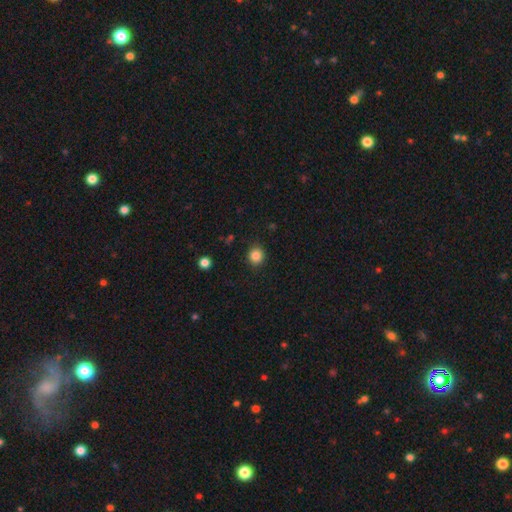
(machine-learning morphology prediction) Smooth or featured? Predicted: smooth (p=0.85). How rounded? Predicted: round (p=0.86). Merging? Predicted: none (p=0.89).